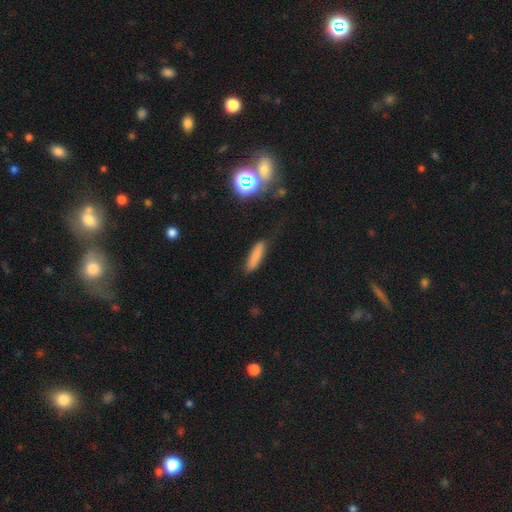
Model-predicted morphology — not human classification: smooth-or-featured: smooth: 80% | featured or disk: 11% | star or artifact: 10%
  how-rounded: cigar-shaped: 70% | in between: 28% | round: 2%
  merging: none: 79% | minor disturbance: 15% | major disturbance: 4% | merger: 2%